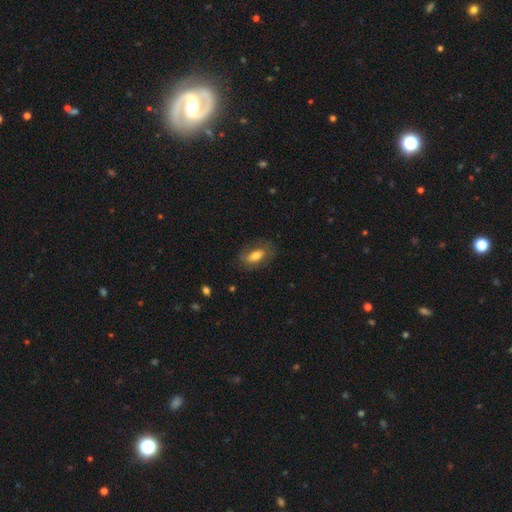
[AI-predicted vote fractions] smooth-or-featured: smooth: 62% | featured or disk: 31% | star or artifact: 7%
  how-rounded: in between: 87% | cigar-shaped: 7% | round: 6%
  merging: none: 73% | minor disturbance: 17% | major disturbance: 9% | merger: 1%